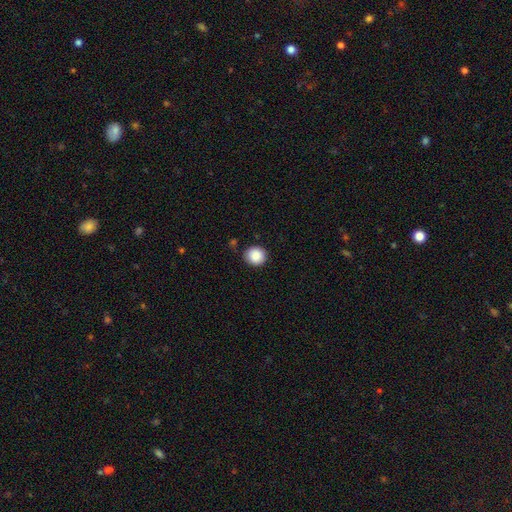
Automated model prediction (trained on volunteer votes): Smooth or featured? smooth (89%)
How rounded? round (87%)
Merging? none (84%)